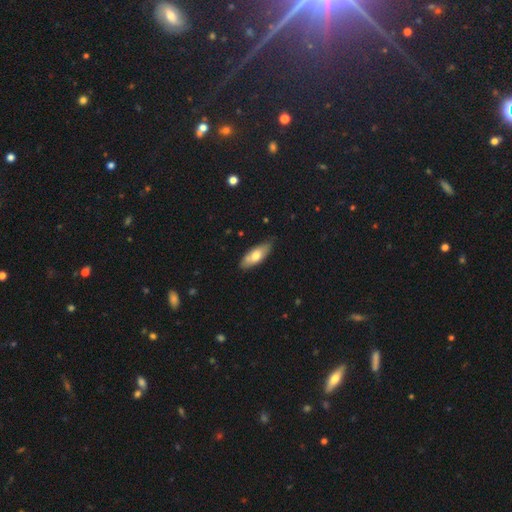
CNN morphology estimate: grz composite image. It shows a smooth galaxy with no disk features (65%) that is in between round and cigar-shaped (76%). Merging: none (77%).